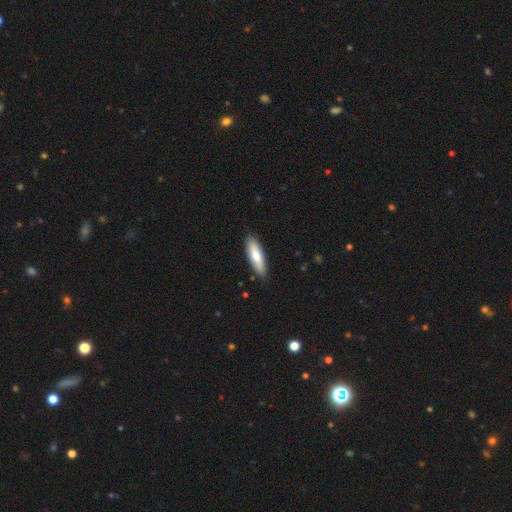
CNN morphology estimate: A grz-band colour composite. It shows a smooth galaxy with no disk features (74%) that is cigar-shaped (58%). Merging: none (87%).